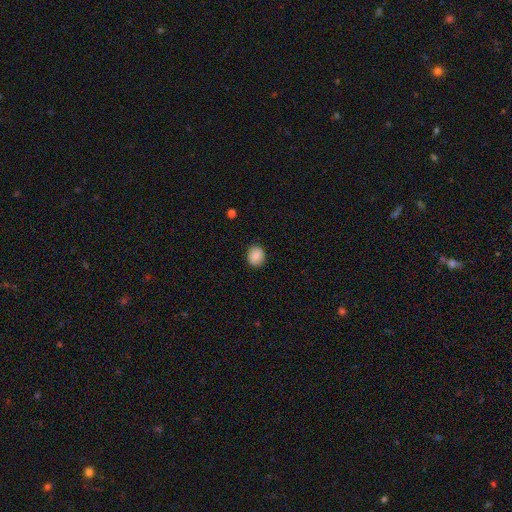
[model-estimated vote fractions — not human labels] Smooth or featured?
  - smooth: 87% *
  - star or artifact: 8%
  - featured or disk: 5%
How rounded?
  - round: 65% *
  - in between: 34%
  - cigar-shaped: 1%
Merging?
  - none: 88% *
  - minor disturbance: 8%
  - major disturbance: 2%
  - merger: 1%